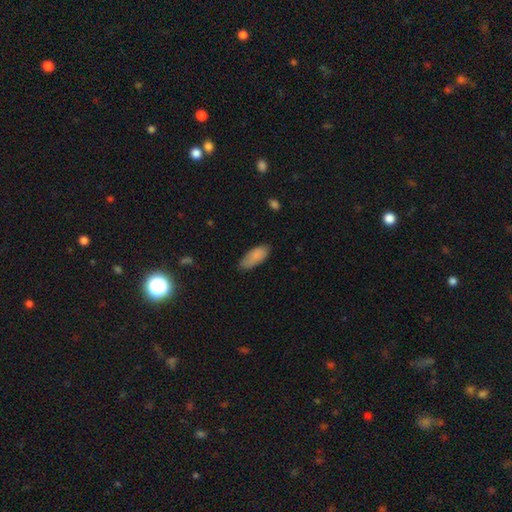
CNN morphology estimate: A smooth galaxy with no disk features (86%) that is in between round and cigar-shaped (85%).

Vote fractions:
- Smooth or featured? smooth: 86% / featured or disk: 7% / star or artifact: 6%
- How rounded? in between: 85% / cigar-shaped: 13% / round: 2%
- Merging? none: 73% / minor disturbance: 22% / major disturbance: 4% / merger: 1%